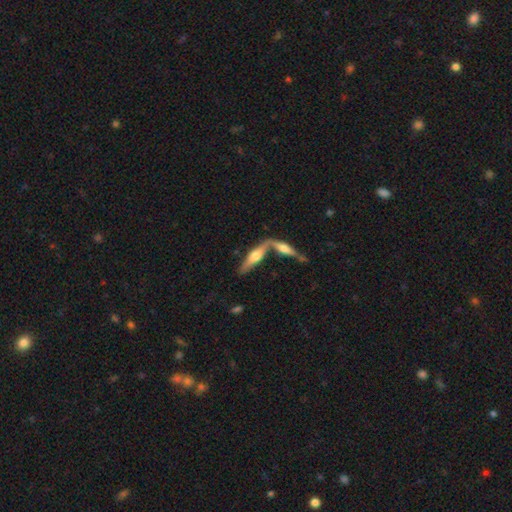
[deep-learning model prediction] Smooth or featured: featured or disk — 64% (smooth — 29%)
Edge-on disk: yes — 91% (no — 9%)
Edge-on bulge: rounded — 91% (boxy — 6%)
Merging: none — 44% (merger — 43%)